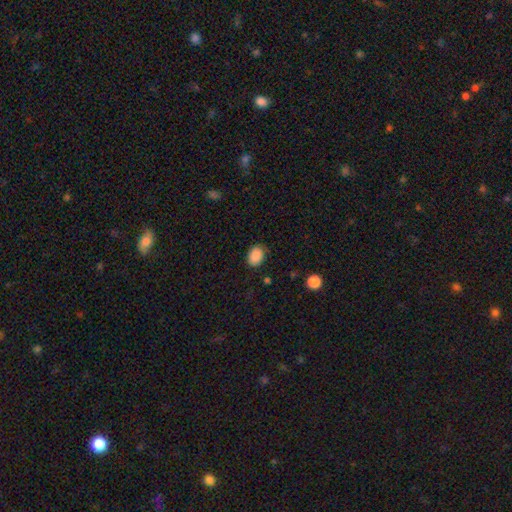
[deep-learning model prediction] This is clearly a smooth galaxy (88%). How rounded: likely in between (70%). Merging: clearly none (83%).